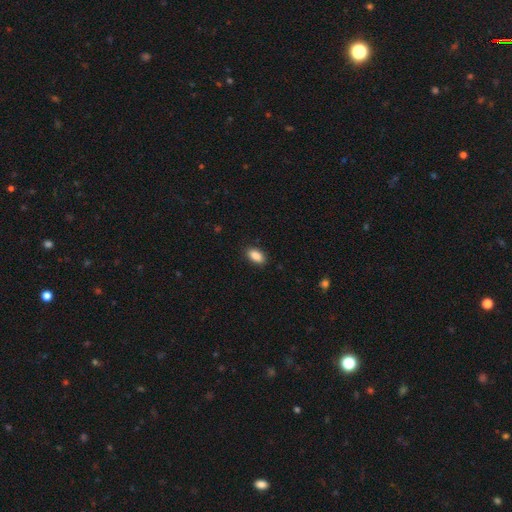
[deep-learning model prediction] A smooth galaxy with no disk features (89%) that is in between round and cigar-shaped (92%). Merging: none (88%).